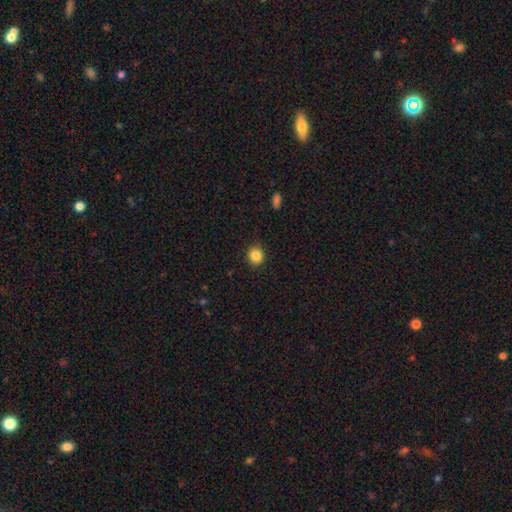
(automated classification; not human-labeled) Morphology: type=smooth (85%); roundness=round (83%); merging=none (89%).